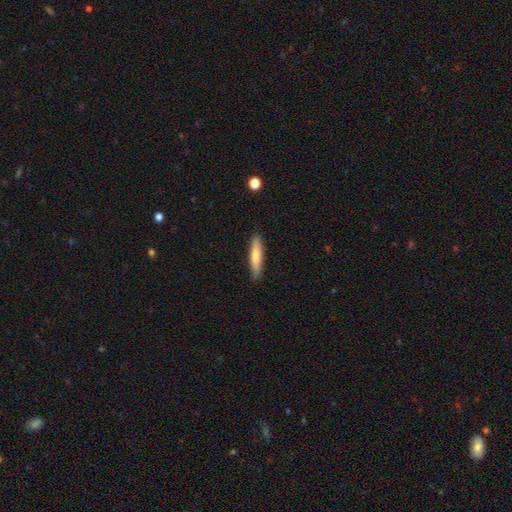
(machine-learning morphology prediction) Smooth or featured: smooth — 62% (featured or disk — 32%)
How rounded: cigar-shaped — 84% (in between — 15%)
Merging: none — 88% (minor disturbance — 9%)